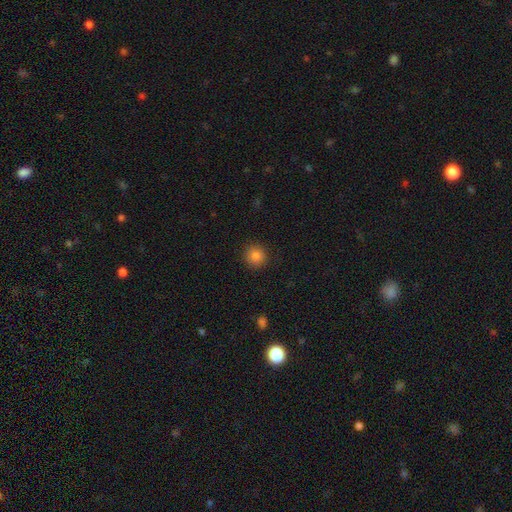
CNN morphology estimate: smooth 85%, star or artifact 11%, featured or disk 4%. Down the decision tree: how rounded — round (93%); merging — none (91%).